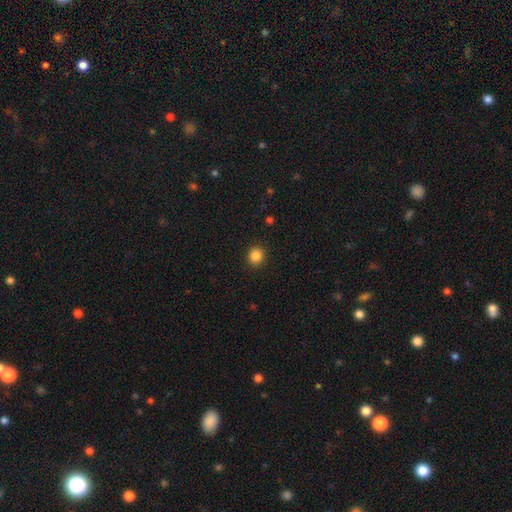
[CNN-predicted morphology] The model was most divided on "how rounded": round: 84%, in between: 16%, cigar-shaped: 1%. More confident: merging — none (91%); smooth or featured — smooth (86%).